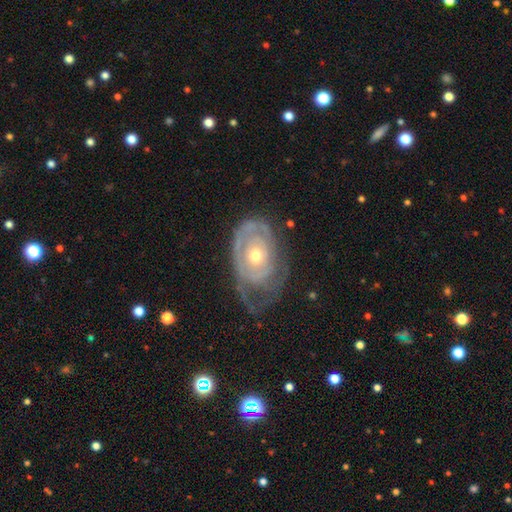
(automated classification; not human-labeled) A featured or disk galaxy (75%) with no bar (86%), spiral arms (66%) and a moderate central bulge (58%). Merging: none (45%).